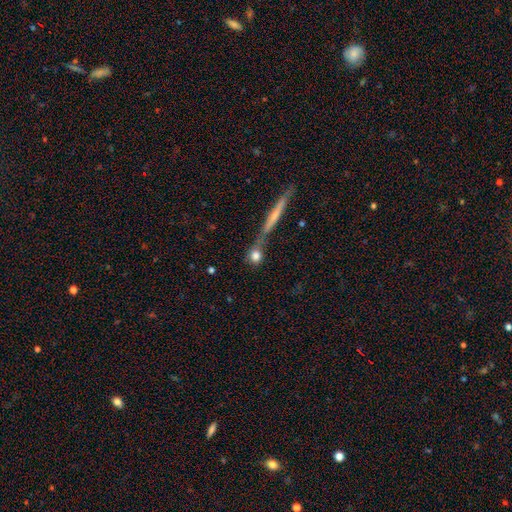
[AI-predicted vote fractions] Q: Smooth or featured?
A: smooth (75%); runner-up: featured or disk (15%)
Q: How rounded?
A: round (75%); runner-up: in between (15%)
Q: Merging?
A: none (57%); runner-up: merger (25%)